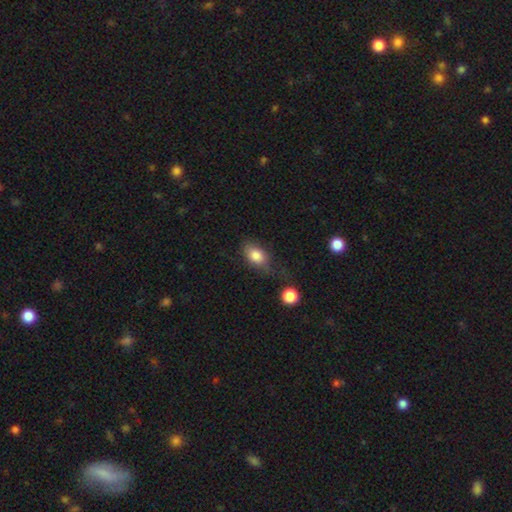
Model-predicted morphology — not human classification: smooth 81%, featured or disk 10%, star or artifact 8%. Down the decision tree: how rounded — in between (81%); merging — none (58%).